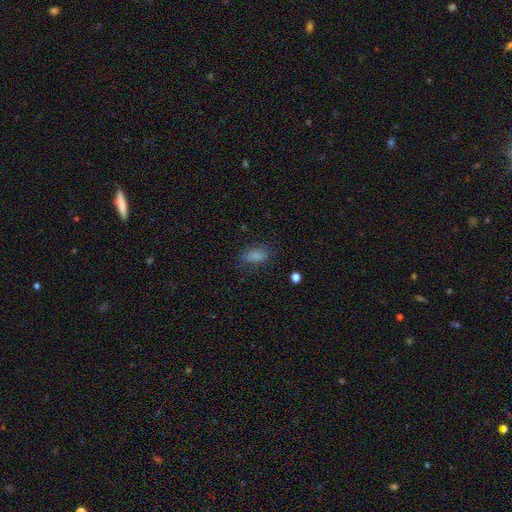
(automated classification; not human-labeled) smooth 83%, star or artifact 11%, featured or disk 6%. Down the decision tree: how rounded — in between (87%); merging — none (73%).